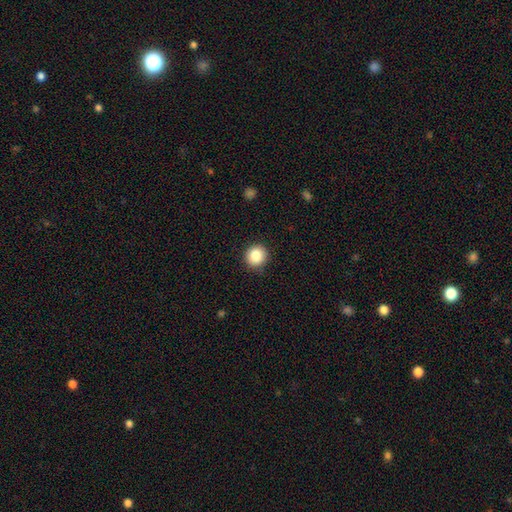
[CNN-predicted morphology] smooth-or-featured: smooth: 85% | star or artifact: 10% | featured or disk: 5%
  how-rounded: round: 93% | in between: 6% | cigar-shaped: 1%
  merging: none: 91% | minor disturbance: 6% | major disturbance: 2% | merger: 1%